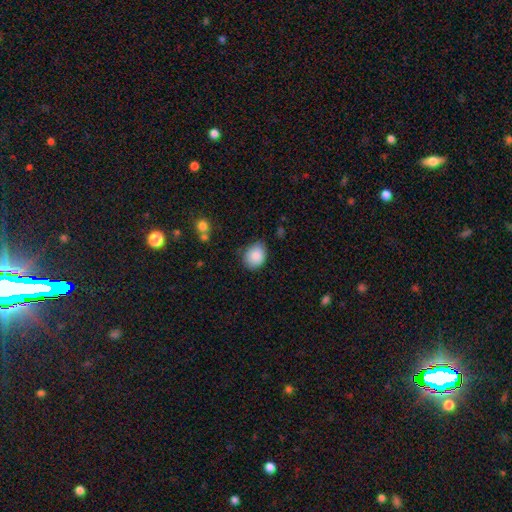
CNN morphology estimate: Smooth or featured? smooth (88%)
How rounded? in between (52%)
Merging? none (72%)